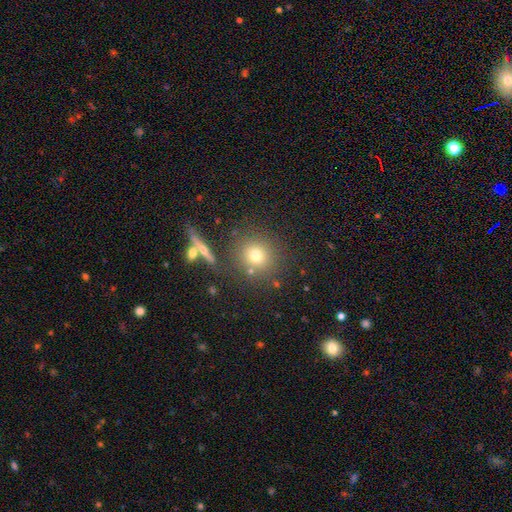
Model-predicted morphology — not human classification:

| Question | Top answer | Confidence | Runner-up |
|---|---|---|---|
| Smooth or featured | smooth | 70% | star or artifact (17%) |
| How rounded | round | 90% | in between (9%) |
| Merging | none | 80% | minor disturbance (9%) |